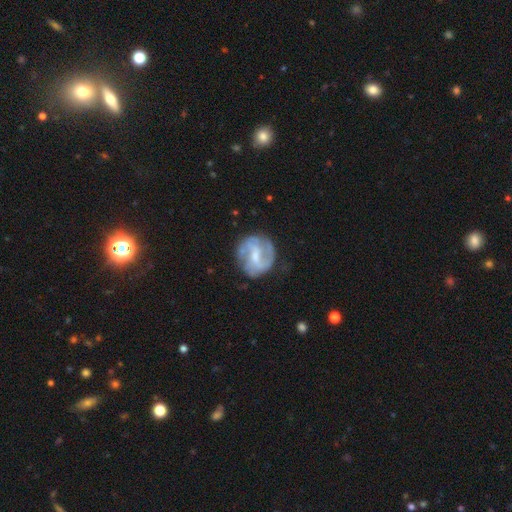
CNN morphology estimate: smooth_or_featured: featured or disk (p=0.79) [alt: smooth p=0.15]
disk_edge_on: no (p=0.98) [alt: yes p=0.02]
bar: weak (p=0.54) [alt: strong p=0.27]
has_spiral_arms: yes (p=0.89) [alt: no p=0.11]
spiral_winding: medium (p=0.46) [alt: tight p=0.28]
spiral_arm_count: 2 (p=0.62) [alt: can't tell p=0.16]
bulge_size: small (p=0.42) [alt: moderate p=0.40]
merging: none (p=0.72) [alt: minor disturbance p=0.18]